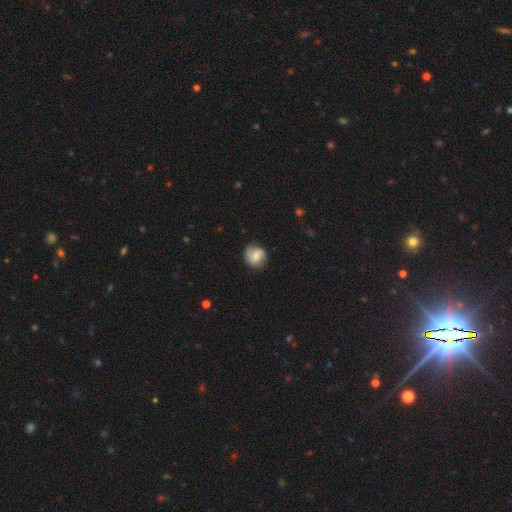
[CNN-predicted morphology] smooth 55%, featured or disk 37%, star or artifact 8%. Down the decision tree: how rounded — round (82%); merging — none (72%).